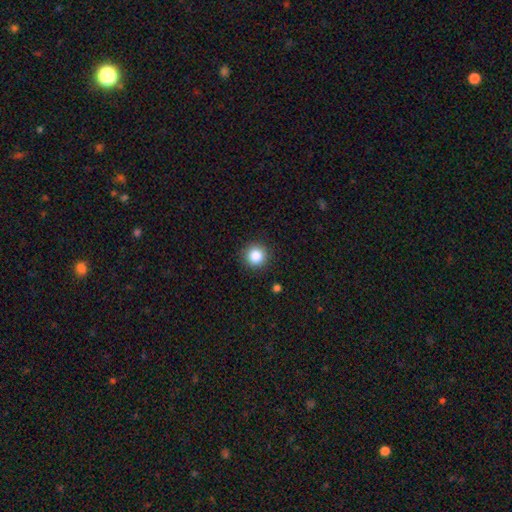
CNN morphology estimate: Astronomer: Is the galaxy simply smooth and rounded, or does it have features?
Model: smooth — 85%.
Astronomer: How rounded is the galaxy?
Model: round — 95%.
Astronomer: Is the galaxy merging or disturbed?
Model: none — 91%.